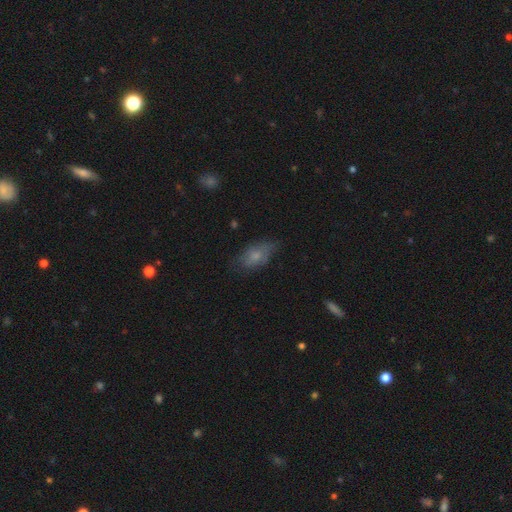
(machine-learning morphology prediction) This appears to be a smooth galaxy with no disk features (64%) that is in between round and cigar-shaped (88%). Merging: none (60%).